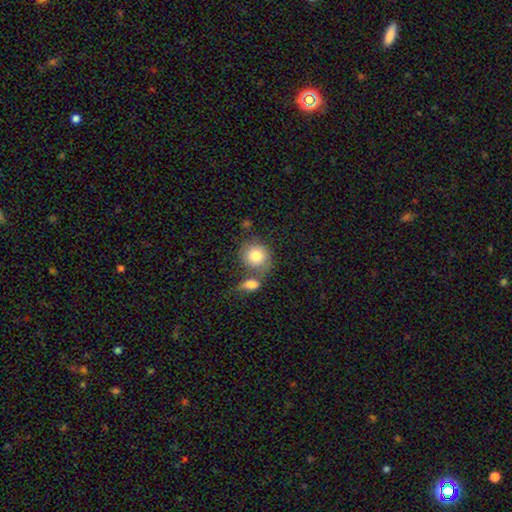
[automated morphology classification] smooth-or-featured: smooth: 81% | featured or disk: 12% | star or artifact: 7%
  how-rounded: round: 83% | in between: 16% | cigar-shaped: 1%
  merging: none: 48% | merger: 35% | minor disturbance: 11% | major disturbance: 6%